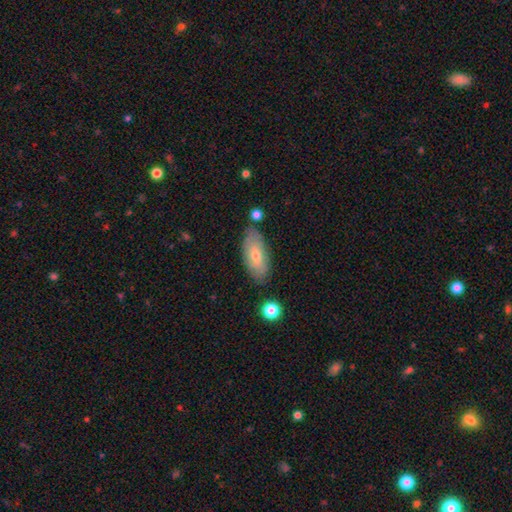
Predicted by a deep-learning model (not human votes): smooth_or_featured: smooth (p=0.61) [alt: featured or disk p=0.32]
how_rounded: in between (p=0.86) [alt: cigar-shaped p=0.12]
merging: none (p=0.78) [alt: minor disturbance p=0.15]